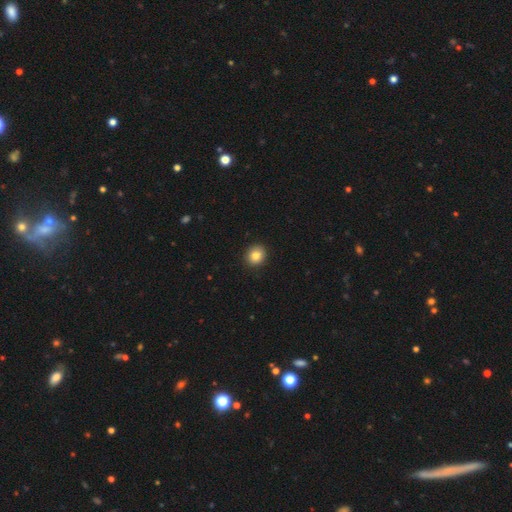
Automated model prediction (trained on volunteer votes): Smooth or featured? Predicted: smooth (p=0.84). How rounded? Predicted: round (p=0.79). Merging? Predicted: none (p=0.92).